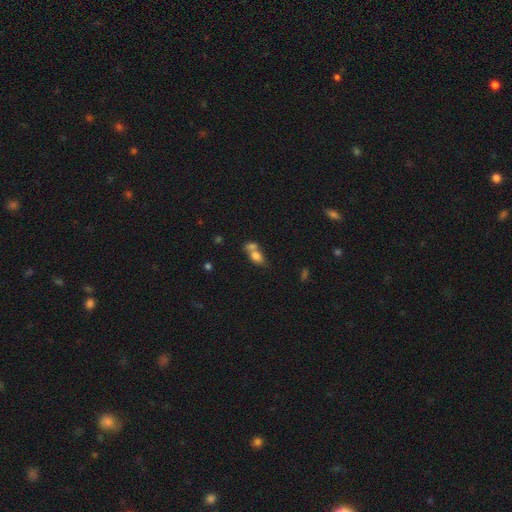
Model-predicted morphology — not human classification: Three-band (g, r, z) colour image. It shows a smooth galaxy with no disk features (76%) that is in between round and cigar-shaped (78%). Merging: merger (59%).